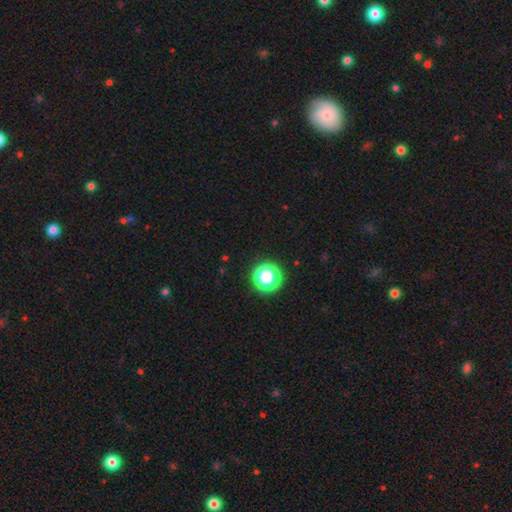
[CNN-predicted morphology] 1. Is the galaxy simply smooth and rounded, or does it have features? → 68% star or artifact, 23% smooth, 9% featured or disk.